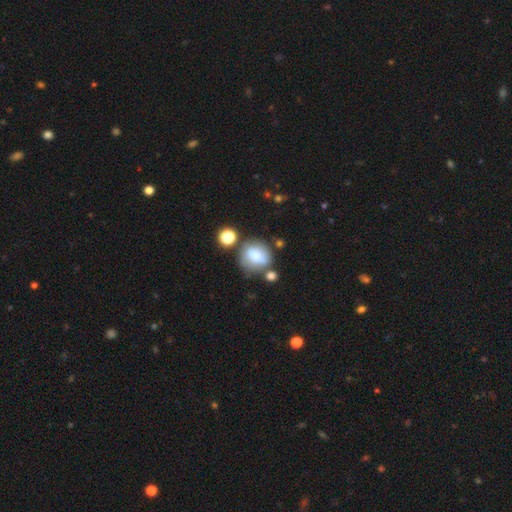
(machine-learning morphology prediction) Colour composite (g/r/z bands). It shows a smooth galaxy with no disk features (73%) that is round (62%). Merging: none (50%).